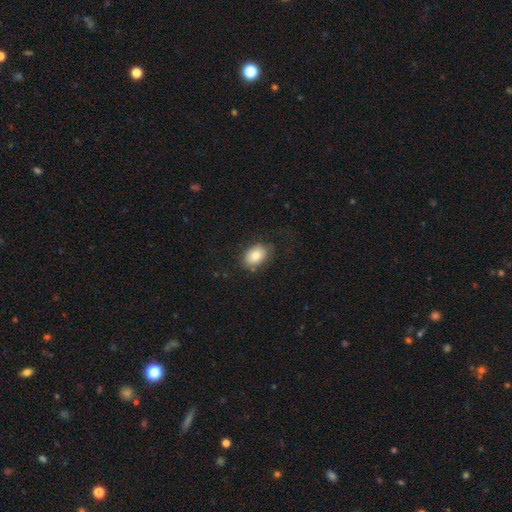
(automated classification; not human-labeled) Morphology: type=smooth (80%); roundness=in between (78%); merging=none (78%).